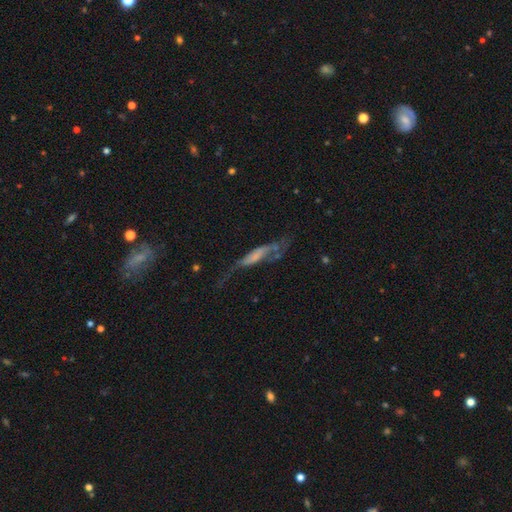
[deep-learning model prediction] A featured or disk galaxy (53%).

Vote fractions:
- Smooth or featured? featured or disk: 53% / smooth: 37% / star or artifact: 10%
- Edge-on disk? no: 55% / yes: 45%
- Merging? major disturbance: 42% / none: 27% / minor disturbance: 22% / merger: 8%